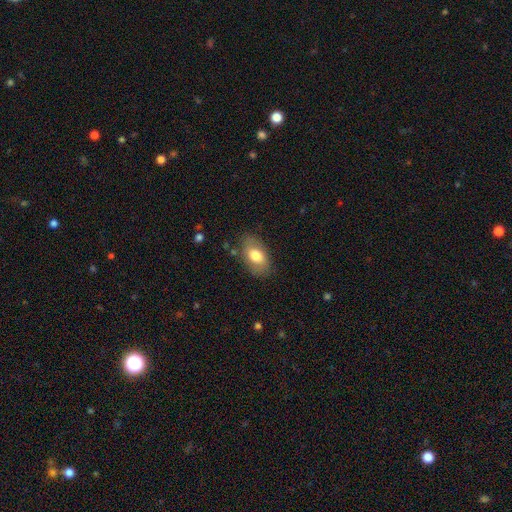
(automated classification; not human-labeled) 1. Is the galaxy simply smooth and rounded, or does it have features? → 73% smooth, 20% featured or disk, 7% star or artifact.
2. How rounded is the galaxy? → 91% in between, 8% round, 2% cigar-shaped.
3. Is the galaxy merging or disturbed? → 79% none, 15% minor disturbance, 4% major disturbance, 2% merger.